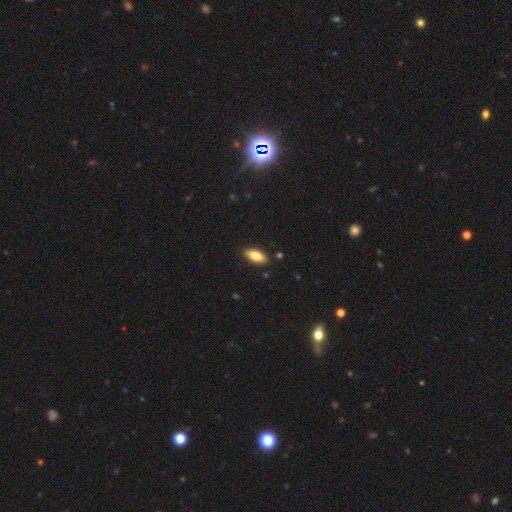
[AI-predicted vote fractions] A smooth galaxy with no disk features (82%) that is in between round and cigar-shaped (86%). Merging: none (88%).